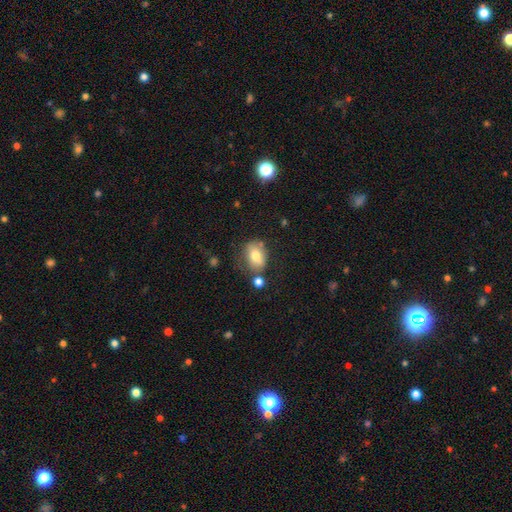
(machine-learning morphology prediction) This appears to be a smooth galaxy with no disk features (70%) that is in between round and cigar-shaped (68%). Merging: none (56%).